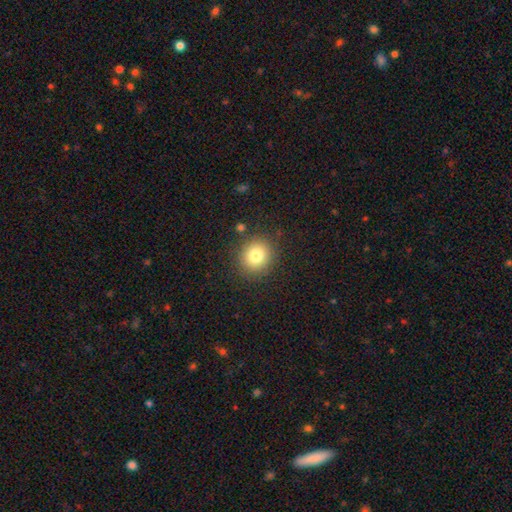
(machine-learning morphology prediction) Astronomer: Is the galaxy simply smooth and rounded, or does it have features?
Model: smooth — 80%.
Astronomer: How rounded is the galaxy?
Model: round — 84%.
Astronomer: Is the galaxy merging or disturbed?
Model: none — 87%.